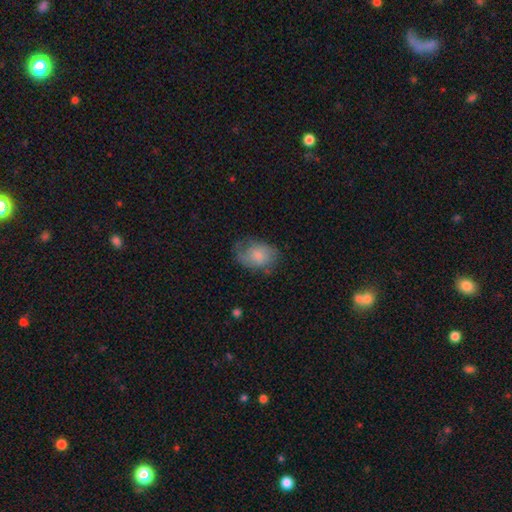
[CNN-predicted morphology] Smooth or featured?
  - smooth: 54% *
  - featured or disk: 36%
  - star or artifact: 10%
How rounded?
  - in between: 74% *
  - round: 25%
  - cigar-shaped: 1%
Merging?
  - none: 57% *
  - minor disturbance: 27%
  - major disturbance: 14%
  - merger: 2%